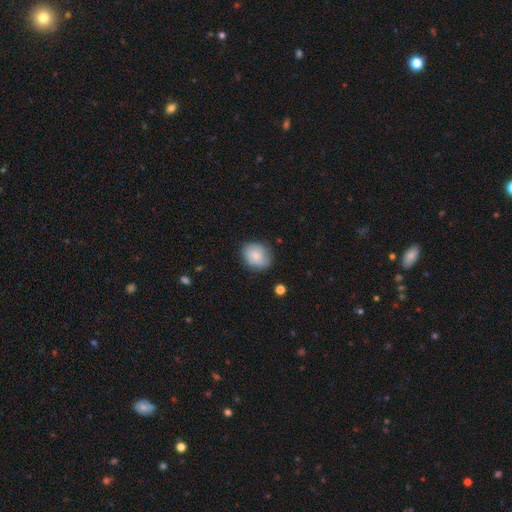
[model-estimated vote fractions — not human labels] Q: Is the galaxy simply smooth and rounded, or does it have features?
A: smooth — 76%.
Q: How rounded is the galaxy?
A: round — 55%.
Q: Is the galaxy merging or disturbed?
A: none — 74%.